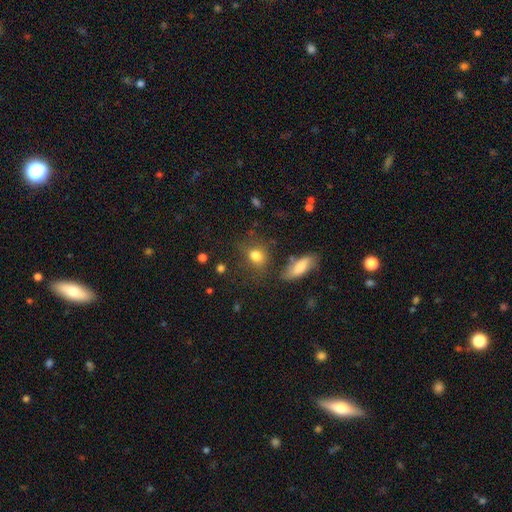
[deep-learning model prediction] A smooth galaxy with no disk features (79%) that is in between round and cigar-shaped (49%).

Vote fractions:
- Smooth or featured? smooth: 79% / star or artifact: 11% / featured or disk: 9%
- How rounded? in between: 49% / round: 47% / cigar-shaped: 3%
- Merging? none: 65% / minor disturbance: 18% / merger: 9% / major disturbance: 8%